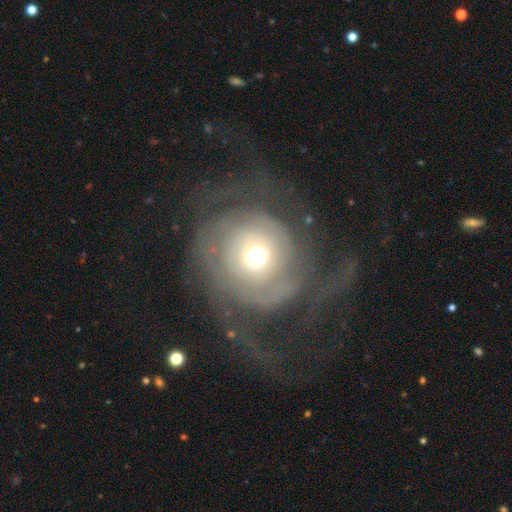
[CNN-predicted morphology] smooth_or_featured: featured or disk (p=0.66) [alt: smooth p=0.25]
disk_edge_on: no (p=0.97) [alt: yes p=0.03]
bar: no (p=0.84) [alt: weak p=0.12]
has_spiral_arms: yes (p=0.67) [alt: no p=0.33]
bulge_size: moderate (p=0.56) [alt: small p=0.31]
merging: major disturbance (p=0.46) [alt: none p=0.39]